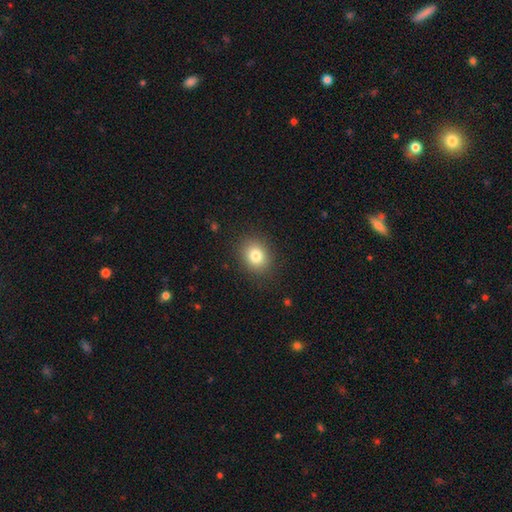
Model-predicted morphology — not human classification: type=smooth (81%); roundness=round (62%); merging=none (88%).